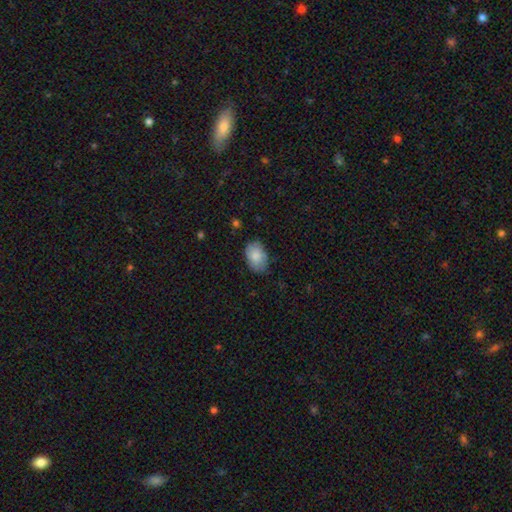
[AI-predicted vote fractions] smooth-or-featured: smooth: 79% | featured or disk: 14% | star or artifact: 6%
  how-rounded: in between: 86% | round: 13% | cigar-shaped: 1%
  merging: none: 73% | minor disturbance: 21% | major disturbance: 4% | merger: 1%